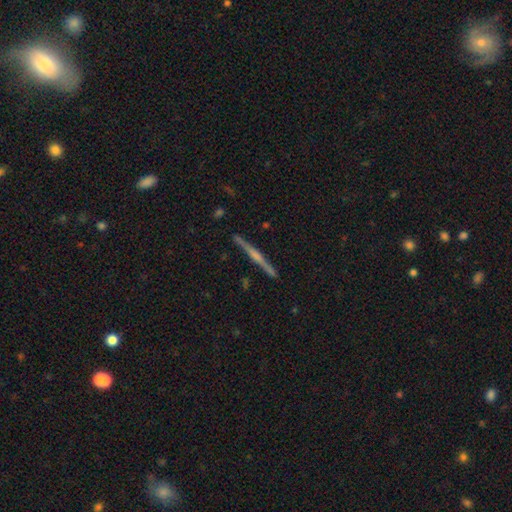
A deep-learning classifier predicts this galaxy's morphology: The model was most divided on "edge-on bulge": rounded: 62%, none: 22%, boxy: 16%. More confident: edge-on disk — yes (98%); merging — none (91%); smooth or featured — featured or disk (77%).